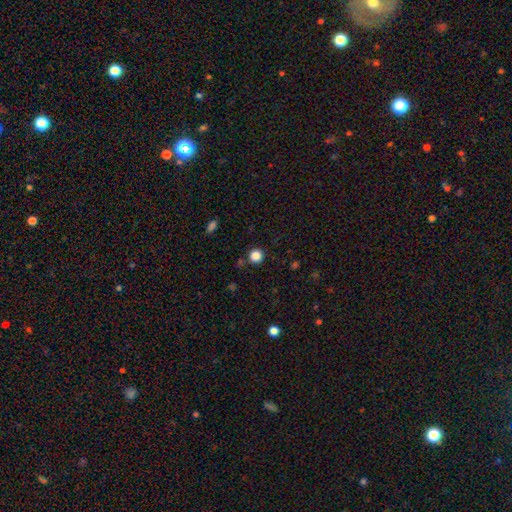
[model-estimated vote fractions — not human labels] This is clearly a smooth galaxy (84%). How rounded: clearly round (94%). Merging: clearly none (89%).